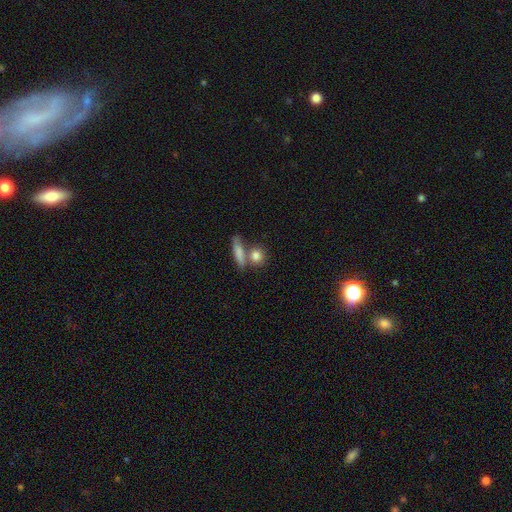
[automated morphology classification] Smooth or featured? Predicted: smooth (p=0.81). How rounded? Predicted: round (p=0.62). Merging? Predicted: none (p=0.54).